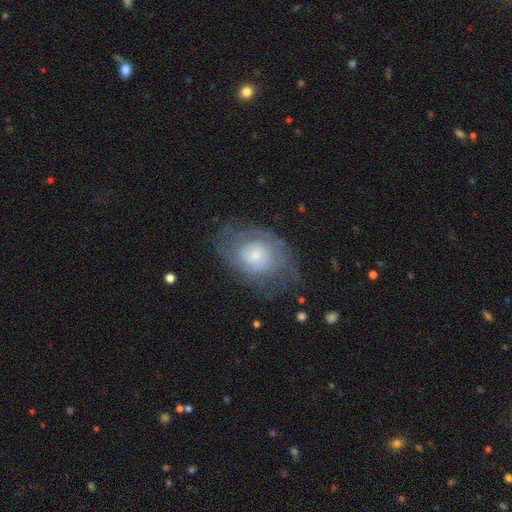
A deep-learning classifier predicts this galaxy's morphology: smooth-or-featured: featured or disk: 67% | smooth: 26% | star or artifact: 7%
  disk-edge-on: no: 96% | yes: 4%
    bar: no: 72% | weak: 25% | strong: 3%
    has-spiral-arms: yes: 80% | no: 20%
      spiral-winding: tight: 59% | medium: 30% | loose: 11%
      spiral-arm-count: can't tell: 50% | 2: 30% | 3: 8% | 1: 5% | 4: 4% | more than 4: 3%
    bulge-size: small: 46% | moderate: 38% | large: 10% | none: 5% | dominant: 2%
  merging: none: 62% | minor disturbance: 22% | major disturbance: 14% | merger: 1%